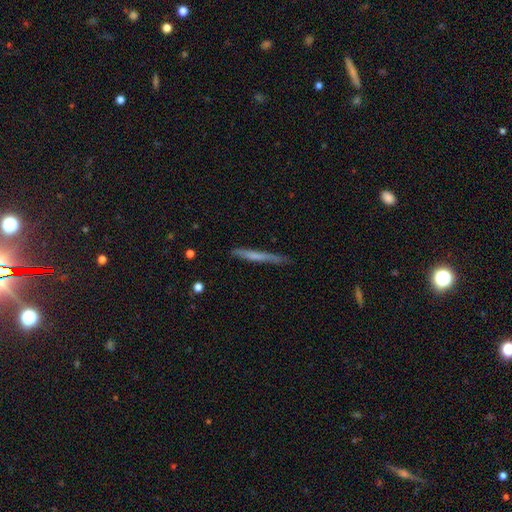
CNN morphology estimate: smooth-or-featured: smooth: 56% | featured or disk: 38% | star or artifact: 6%
  how-rounded: cigar-shaped: 96% | in between: 2% | round: 1%
  merging: none: 80% | minor disturbance: 15% | major disturbance: 3% | merger: 2%